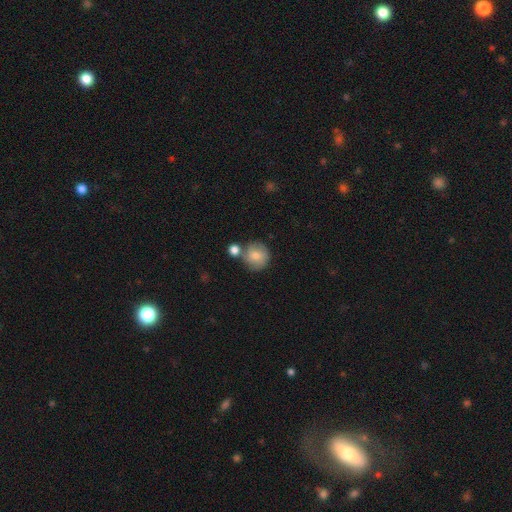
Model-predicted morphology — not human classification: smooth_or_featured: smooth (p=0.71) [alt: featured or disk p=0.21]
how_rounded: round (p=0.89) [alt: in between p=0.10]
merging: none (p=0.53) [alt: merger p=0.26]